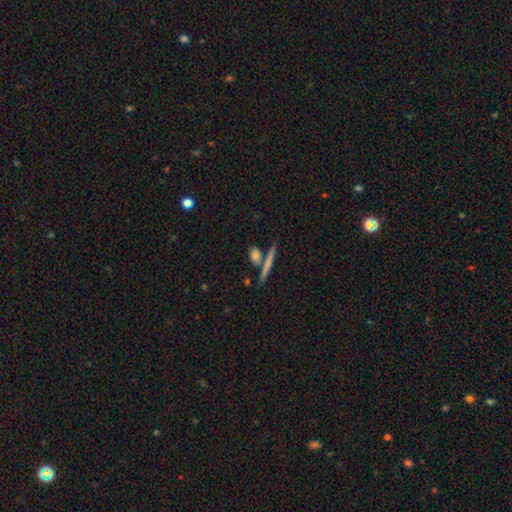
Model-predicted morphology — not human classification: smooth_or_featured: smooth (p=0.73) [alt: featured or disk p=0.18]
how_rounded: cigar-shaped (p=0.40) [alt: in between p=0.35]
merging: none (p=0.65) [alt: merger p=0.20]